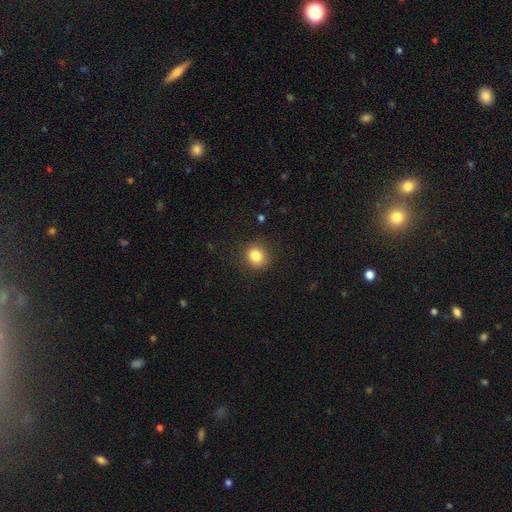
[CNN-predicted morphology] Q: Smooth or featured?
A: smooth (83%); runner-up: star or artifact (11%)
Q: How rounded?
A: round (87%); runner-up: in between (12%)
Q: Merging?
A: none (89%); runner-up: minor disturbance (7%)